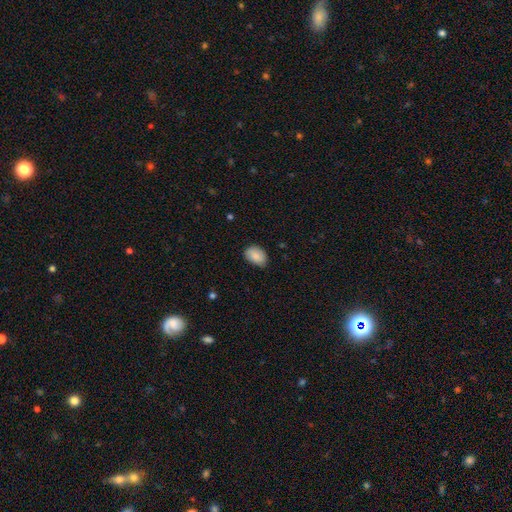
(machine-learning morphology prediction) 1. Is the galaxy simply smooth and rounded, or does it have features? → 87% smooth, 7% star or artifact, 6% featured or disk.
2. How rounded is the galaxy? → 82% in between, 17% round, 1% cigar-shaped.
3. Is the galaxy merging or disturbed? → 73% none, 22% minor disturbance, 3% major disturbance, 1% merger.